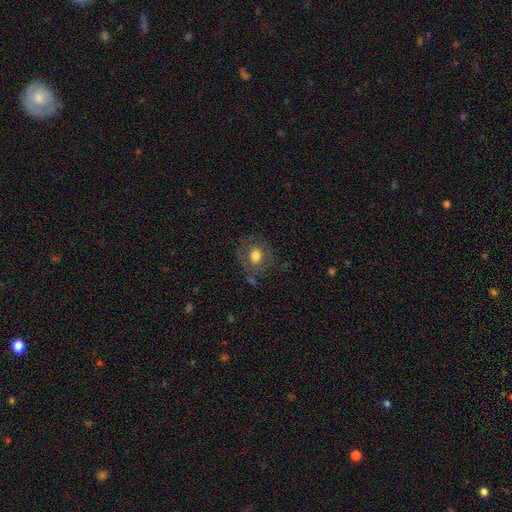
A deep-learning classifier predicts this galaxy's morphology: Smooth or featured? smooth (66%)
How rounded? round (75%)
Merging? none (73%)